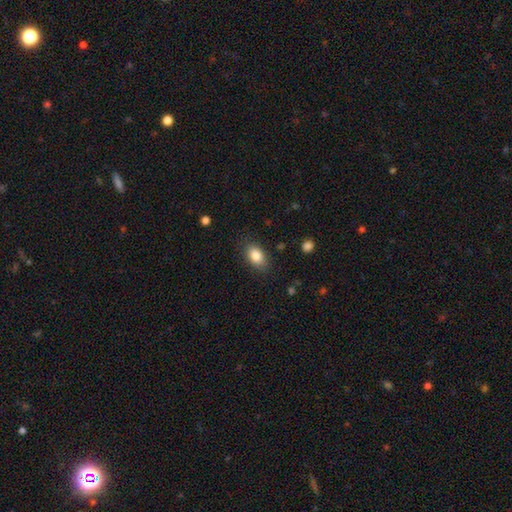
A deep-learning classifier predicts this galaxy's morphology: This appears to be a smooth galaxy with no disk features (85%) that is in between round and cigar-shaped (87%). Merging: none (83%).